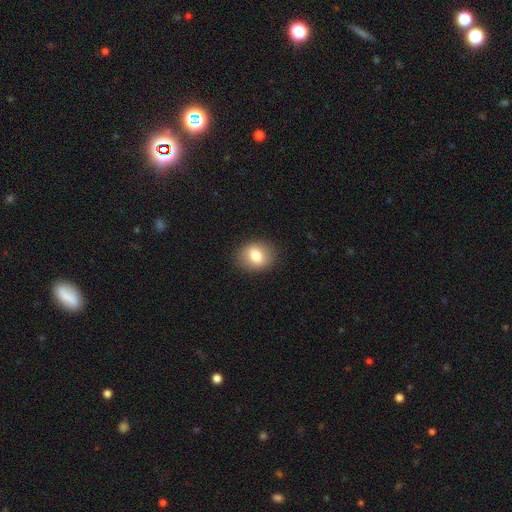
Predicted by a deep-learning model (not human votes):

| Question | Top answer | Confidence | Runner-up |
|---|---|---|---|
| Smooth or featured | smooth | 76% | featured or disk (15%) |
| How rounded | in between | 53% | round (46%) |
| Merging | none | 87% | minor disturbance (9%) |